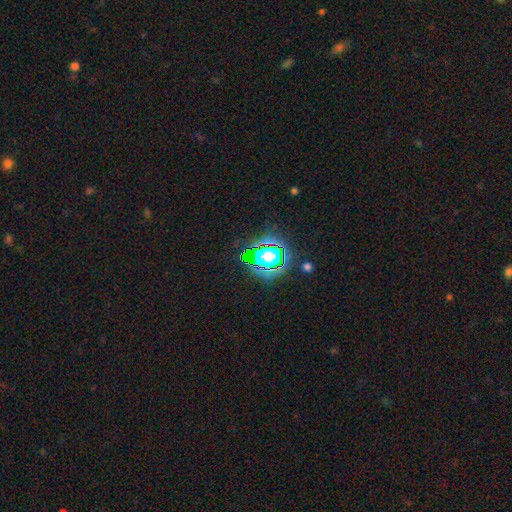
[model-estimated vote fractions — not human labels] Q: Smooth or featured?
A: star or artifact (73%); runner-up: smooth (17%)